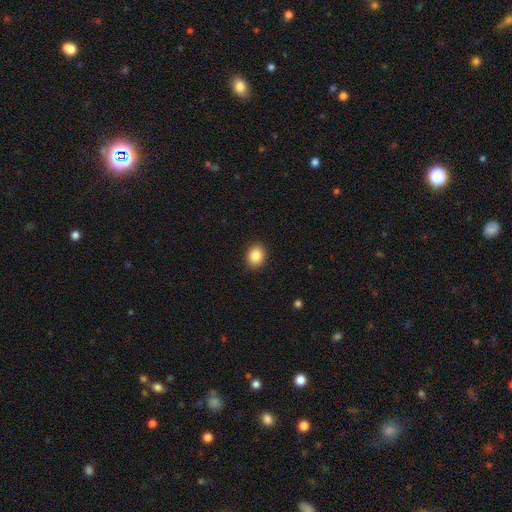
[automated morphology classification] Smooth or featured: smooth — 87% (star or artifact — 9%)
How rounded: round — 55% (in between — 44%)
Merging: none — 90% (minor disturbance — 7%)